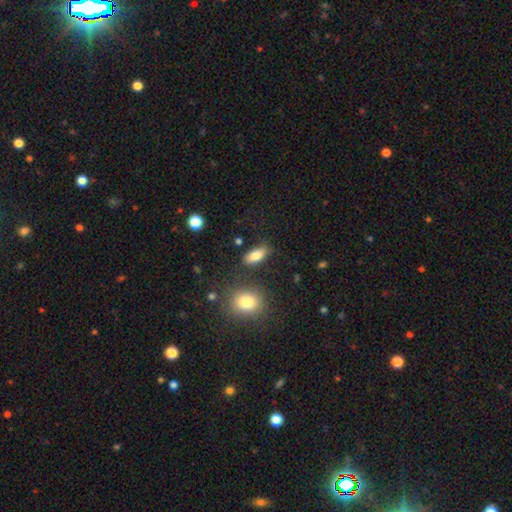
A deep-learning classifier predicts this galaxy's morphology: Smooth or featured? Predicted: smooth (p=0.81). How rounded? Predicted: in between (p=0.83). Merging? Predicted: none (p=0.77).